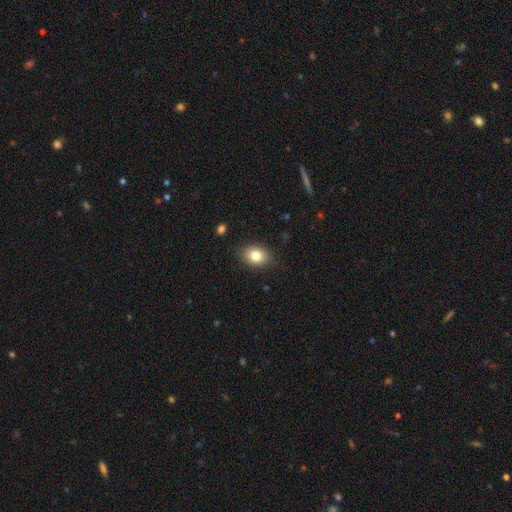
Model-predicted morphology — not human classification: This is clearly a smooth galaxy (82%). How rounded: likely in between (67%). Merging: clearly none (85%).